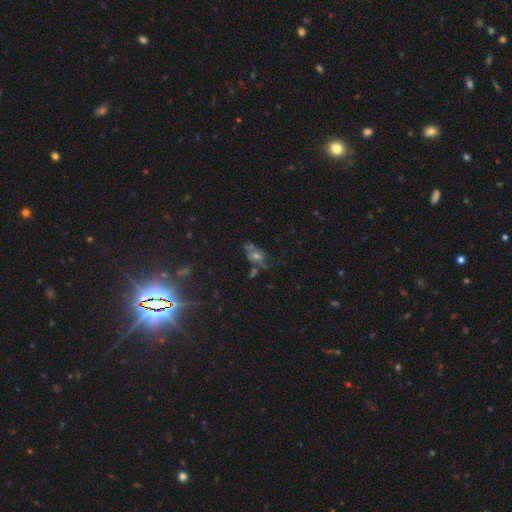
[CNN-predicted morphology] Overall: featured or disk (35%, tied with star or artifact). Merging: none (46%; minor disturbance 21%).